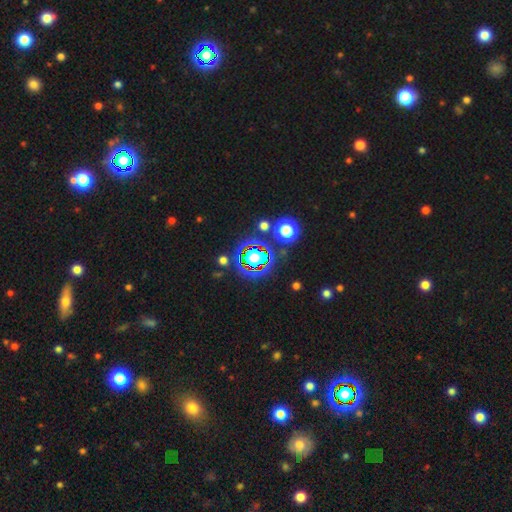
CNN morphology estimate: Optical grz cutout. It shows a star or artifact, not a galaxy (80%).